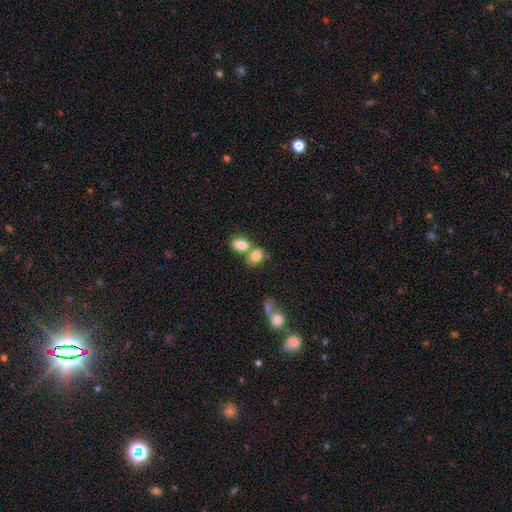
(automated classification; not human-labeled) Q: Smooth or featured?
A: smooth (81%); runner-up: featured or disk (10%)
Q: How rounded?
A: in between (63%); runner-up: round (35%)
Q: Merging?
A: merger (49%); runner-up: none (36%)